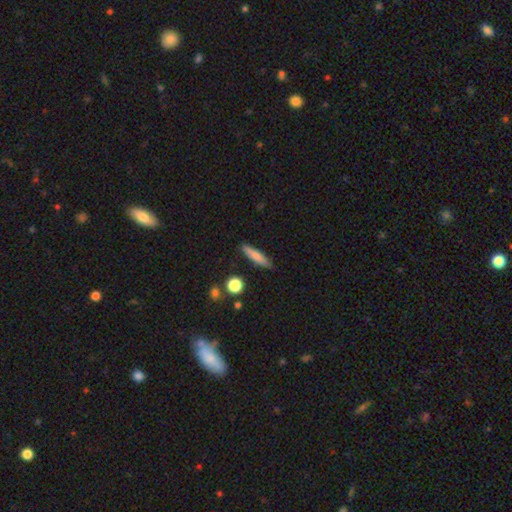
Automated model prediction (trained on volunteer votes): Smooth or featured? Predicted: smooth (p=0.72). How rounded? Predicted: cigar-shaped (p=0.84). Merging? Predicted: none (p=0.84).